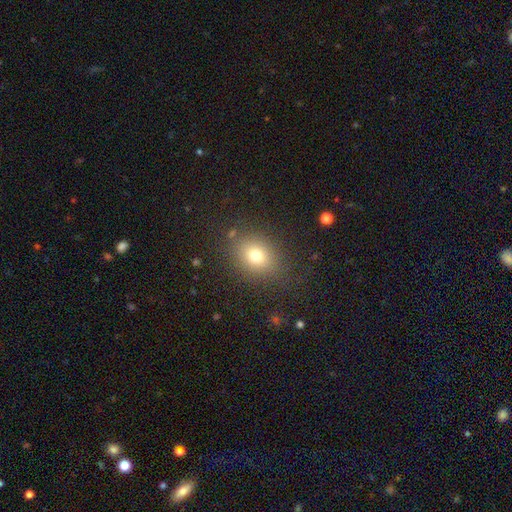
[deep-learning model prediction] Morphology: type=smooth (75%); roundness=round (50%); merging=none (80%).